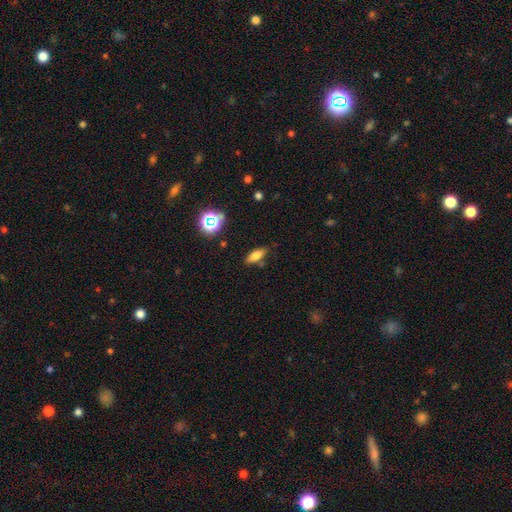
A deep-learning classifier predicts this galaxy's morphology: Smooth or featured: smooth — 73% (star or artifact — 14%)
How rounded: in between — 69% (cigar-shaped — 26%)
Merging: none — 76% (minor disturbance — 15%)